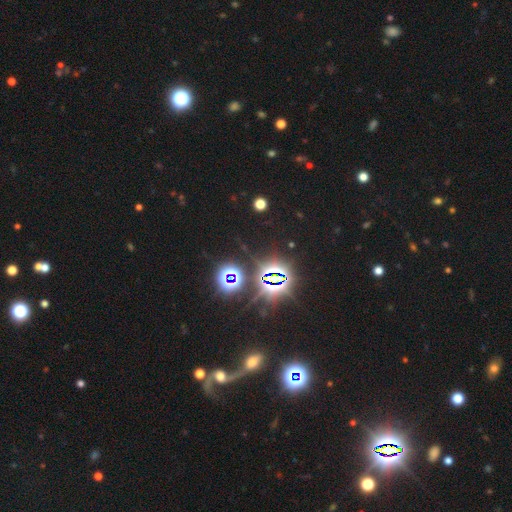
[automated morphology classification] Smooth or featured? star or artifact (80%)